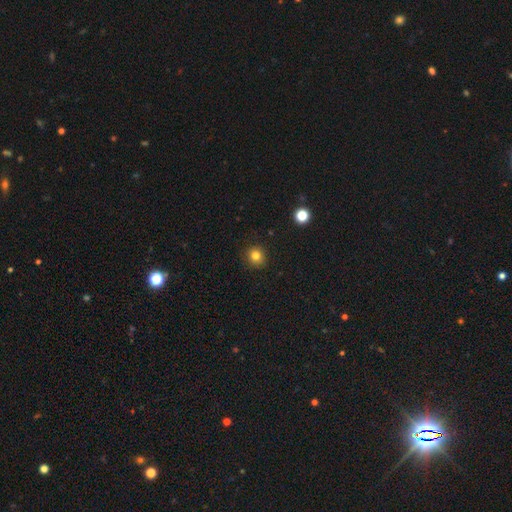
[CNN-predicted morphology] Overall: smooth (81%). How rounded: round (91%). Merging: none (90%).